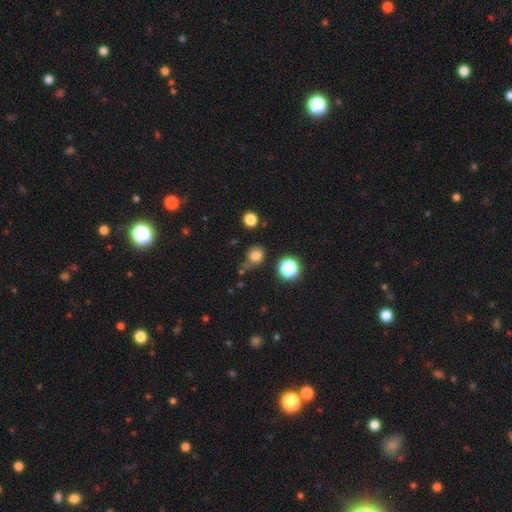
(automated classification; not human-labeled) Smooth or featured: smooth — 78% (star or artifact — 16%)
How rounded: round — 79% (in between — 20%)
Merging: none — 64% (minor disturbance — 20%)